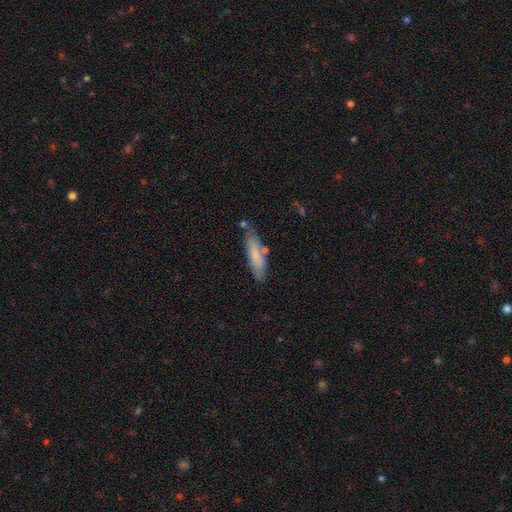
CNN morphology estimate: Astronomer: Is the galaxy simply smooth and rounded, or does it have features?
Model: smooth — 73%.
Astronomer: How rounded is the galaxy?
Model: cigar-shaped — 75%.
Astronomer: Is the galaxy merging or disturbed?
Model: none — 72%.